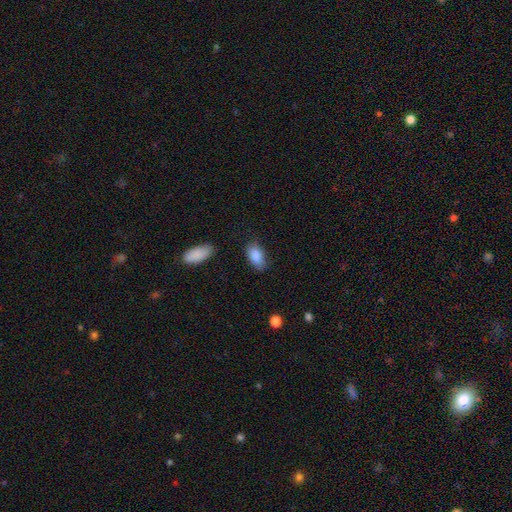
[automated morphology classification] The model was most divided on "merging": none: 71%, minor disturbance: 22%, major disturbance: 5%, merger: 2%. More confident: how rounded — in between (92%); smooth or featured — smooth (87%).